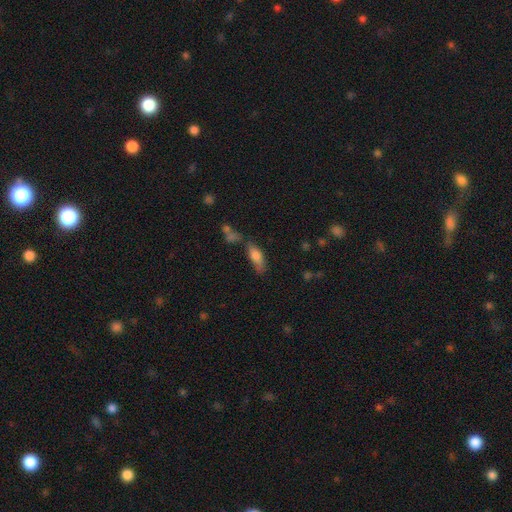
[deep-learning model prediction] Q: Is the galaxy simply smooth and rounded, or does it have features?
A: smooth — 73%.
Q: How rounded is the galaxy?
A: in between — 66%.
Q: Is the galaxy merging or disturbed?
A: none — 50%.